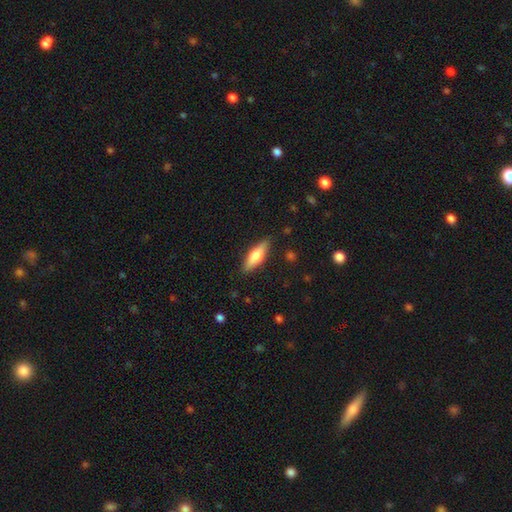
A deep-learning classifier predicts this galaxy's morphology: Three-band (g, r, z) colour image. It shows a smooth galaxy with no disk features (62%) that is cigar-shaped (52%). Merging: none (86%).